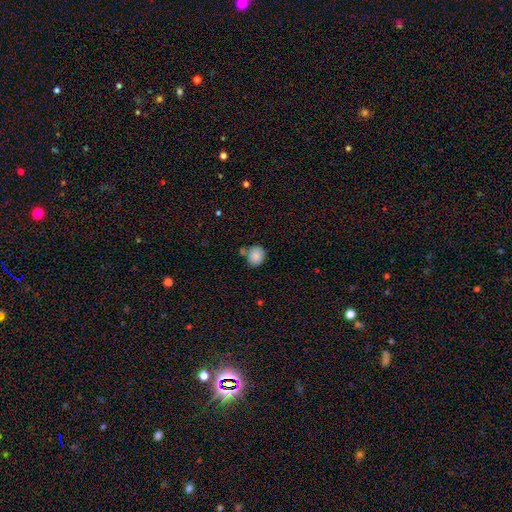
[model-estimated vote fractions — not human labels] Smooth or featured? Predicted: smooth (p=0.86). How rounded? Predicted: round (p=0.65). Merging? Predicted: none (p=0.69).